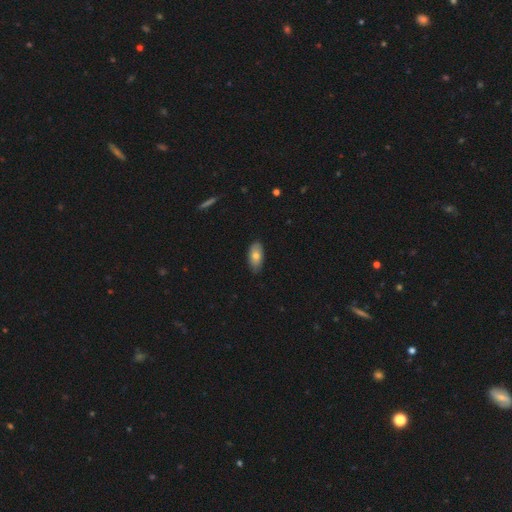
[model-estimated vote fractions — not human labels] Q: Smooth or featured?
A: smooth (75%); runner-up: featured or disk (18%)
Q: How rounded?
A: in between (91%); runner-up: cigar-shaped (5%)
Q: Merging?
A: none (84%); runner-up: minor disturbance (13%)